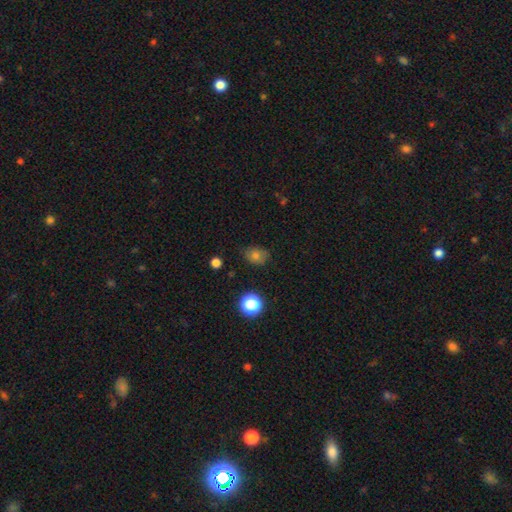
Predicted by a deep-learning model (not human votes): smooth_or_featured: smooth (p=0.75) [alt: star or artifact p=0.15]
how_rounded: in between (p=0.56) [alt: round p=0.43]
merging: none (p=0.78) [alt: minor disturbance p=0.17]